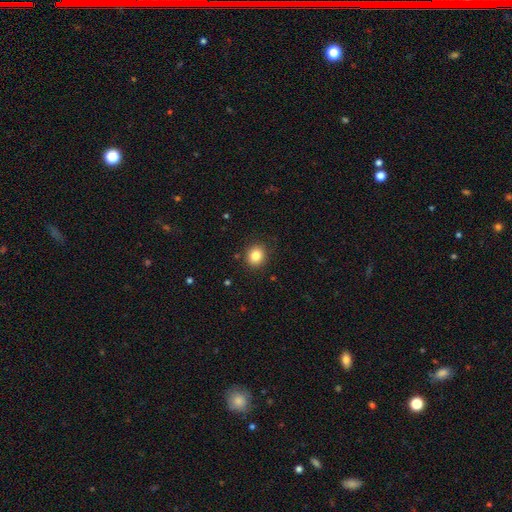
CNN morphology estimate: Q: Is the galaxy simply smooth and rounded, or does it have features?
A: smooth — 84%.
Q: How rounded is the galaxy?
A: round — 81%.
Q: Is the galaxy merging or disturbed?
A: none — 89%.